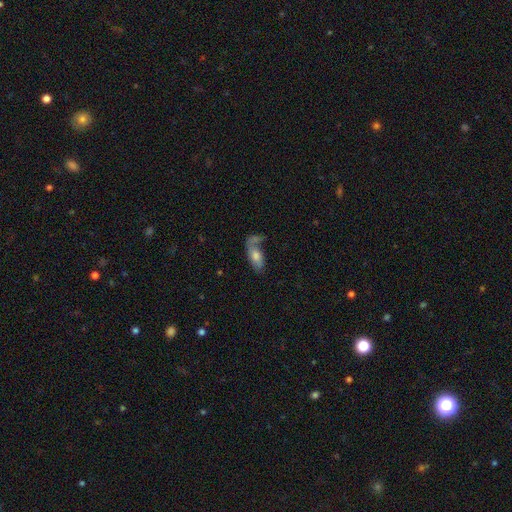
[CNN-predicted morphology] Smooth or featured? smooth (54%)
How rounded? in between (81%)
Merging? none (37%)